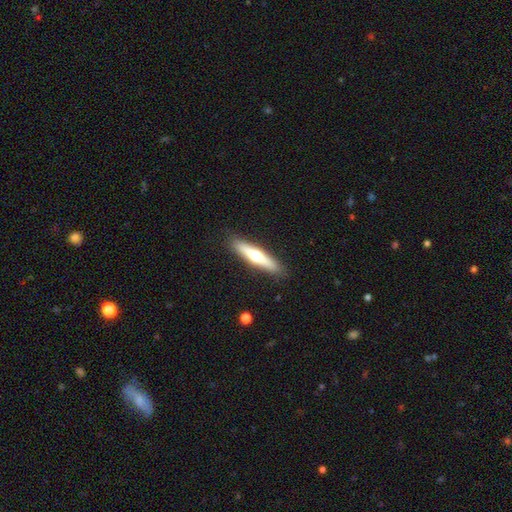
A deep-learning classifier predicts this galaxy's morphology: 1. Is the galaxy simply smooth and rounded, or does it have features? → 48% smooth, 47% featured or disk, 5% star or artifact.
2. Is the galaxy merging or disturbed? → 89% none, 8% minor disturbance, 2% major disturbance, 1% merger.